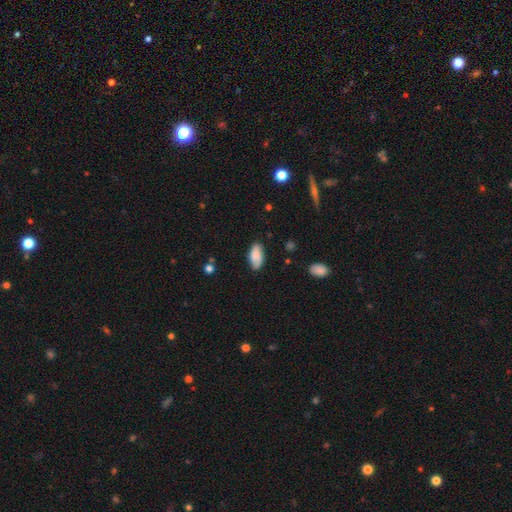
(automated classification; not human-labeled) smooth 78%, featured or disk 15%, star or artifact 7%. Down the decision tree: how rounded — in between (92%); merging — none (79%).